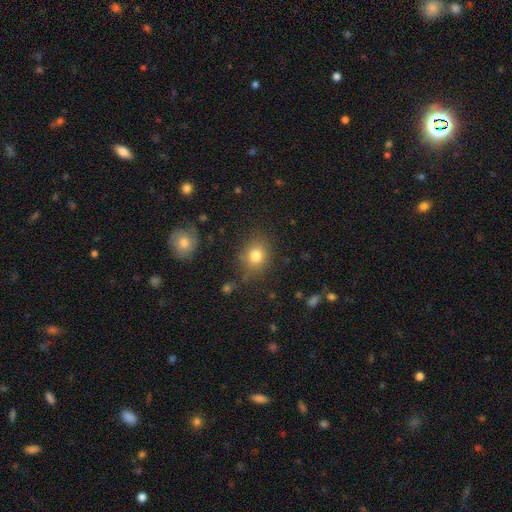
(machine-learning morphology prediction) A smooth galaxy with no disk features (80%) that is round (60%).

Vote fractions:
- Smooth or featured? smooth: 80% / star or artifact: 11% / featured or disk: 8%
- How rounded? round: 60% / in between: 39% / cigar-shaped: 1%
- Merging? none: 79% / minor disturbance: 14% / major disturbance: 4% / merger: 3%